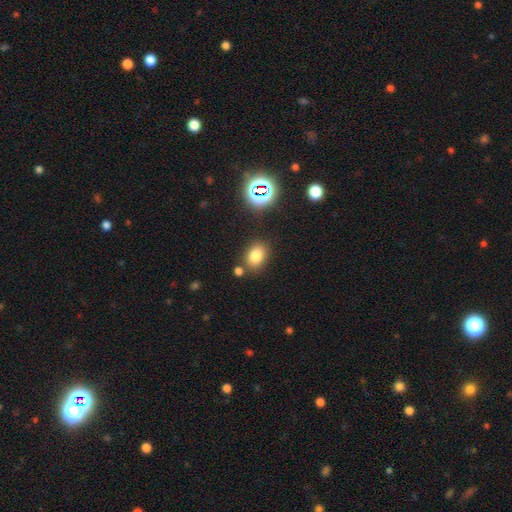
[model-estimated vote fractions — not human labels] A smooth galaxy with no disk features (78%) that is in between round and cigar-shaped (67%).

Vote fractions:
- Smooth or featured? smooth: 78% / star or artifact: 15% / featured or disk: 7%
- How rounded? in between: 67% / round: 31% / cigar-shaped: 1%
- Merging? none: 77% / minor disturbance: 11% / merger: 8% / major disturbance: 4%